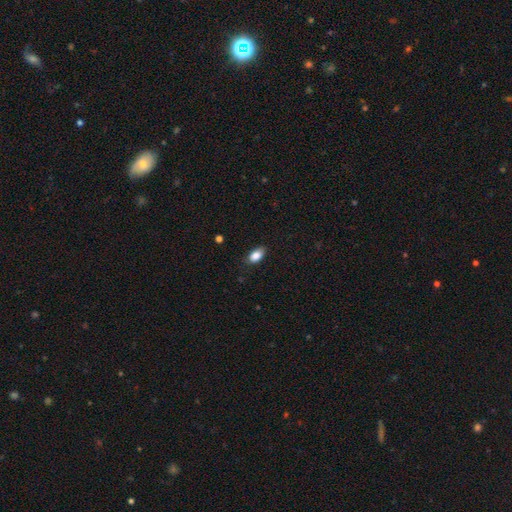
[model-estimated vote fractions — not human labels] Smooth or featured? smooth (86%)
How rounded? in between (90%)
Merging? none (81%)